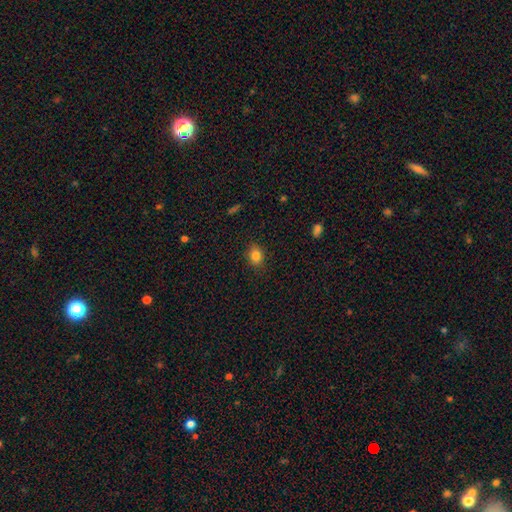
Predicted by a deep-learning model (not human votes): This is clearly a smooth galaxy (83%). How rounded: possibly in between (50%). Merging: clearly none (86%).